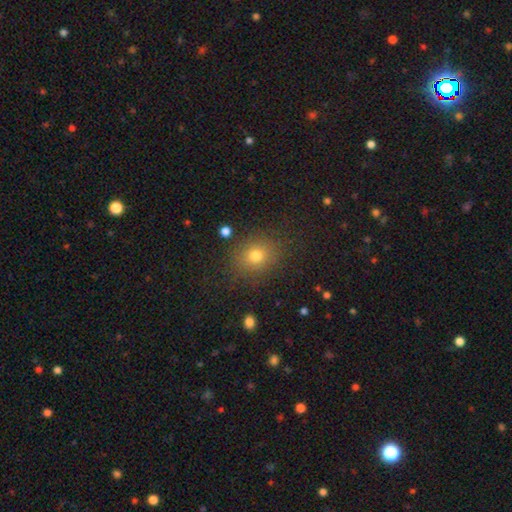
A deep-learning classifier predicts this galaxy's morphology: Q: Smooth or featured?
A: smooth (74%); runner-up: star or artifact (15%)
Q: How rounded?
A: round (62%); runner-up: in between (36%)
Q: Merging?
A: none (83%); runner-up: minor disturbance (11%)